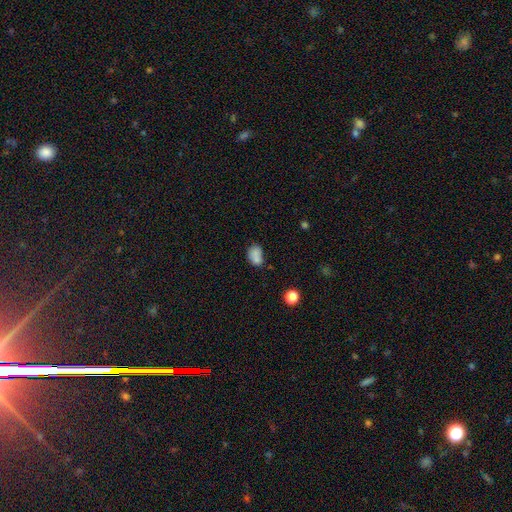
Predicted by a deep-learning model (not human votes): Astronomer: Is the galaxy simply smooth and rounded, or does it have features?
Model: smooth — 80%.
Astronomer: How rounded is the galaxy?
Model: in between — 76%.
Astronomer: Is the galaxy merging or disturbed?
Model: none — 52%.